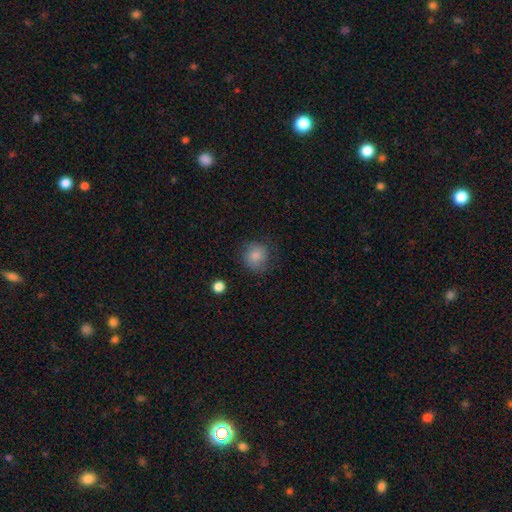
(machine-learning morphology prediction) The model was most divided on "merging": none: 72%, minor disturbance: 18%, major disturbance: 8%, merger: 2%. More confident: how rounded — round (87%); smooth or featured — smooth (82%).